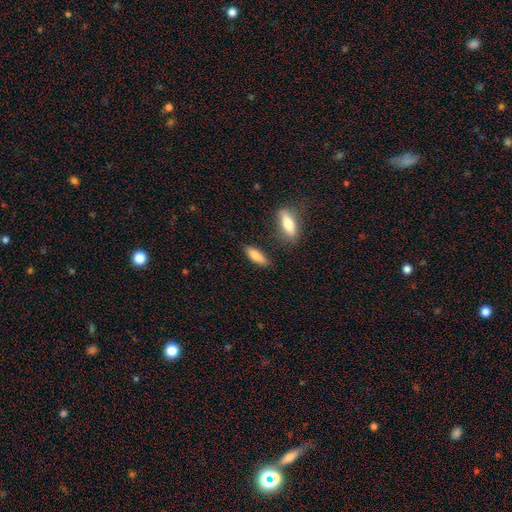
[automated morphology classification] type=smooth (83%); roundness=cigar-shaped (51%); merging=none (76%).